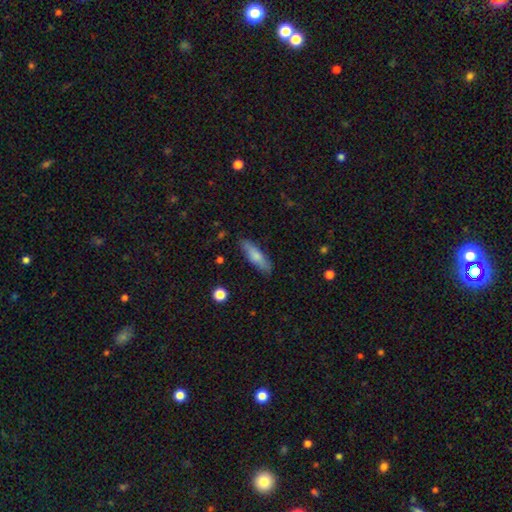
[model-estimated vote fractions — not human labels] A smooth galaxy with no disk features (74%) that is cigar-shaped (62%).

Vote fractions:
- Smooth or featured? smooth: 74% / featured or disk: 20% / star or artifact: 6%
- How rounded? cigar-shaped: 62% / in between: 36% / round: 2%
- Merging? none: 84% / minor disturbance: 12% / major disturbance: 2% / merger: 1%